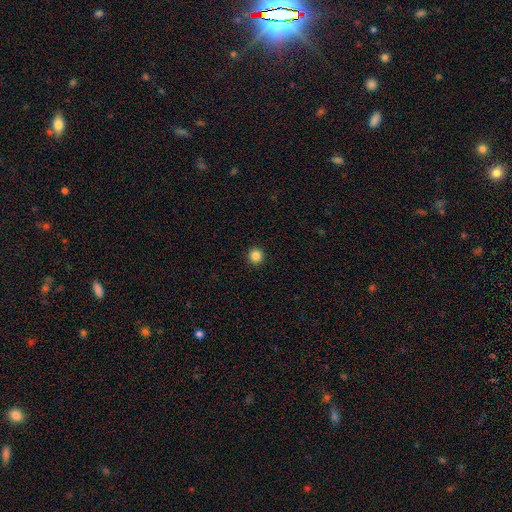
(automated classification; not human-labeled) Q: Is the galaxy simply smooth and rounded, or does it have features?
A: smooth — 85%.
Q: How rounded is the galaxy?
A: round — 95%.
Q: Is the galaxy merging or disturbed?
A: none — 94%.